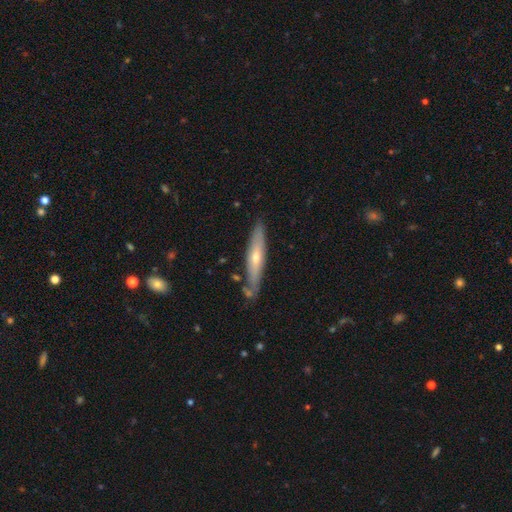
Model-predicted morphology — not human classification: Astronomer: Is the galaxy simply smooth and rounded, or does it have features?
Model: featured or disk — 59%.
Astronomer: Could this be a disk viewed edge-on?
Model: yes — 83%.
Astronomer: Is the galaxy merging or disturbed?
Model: none — 81%.